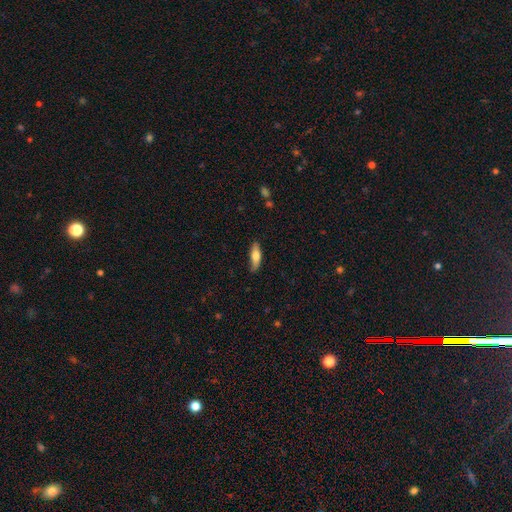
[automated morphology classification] smooth 67%, featured or disk 27%, star or artifact 6%. Down the decision tree: how rounded — cigar-shaped (49%, tied with in between); merging — none (80%).